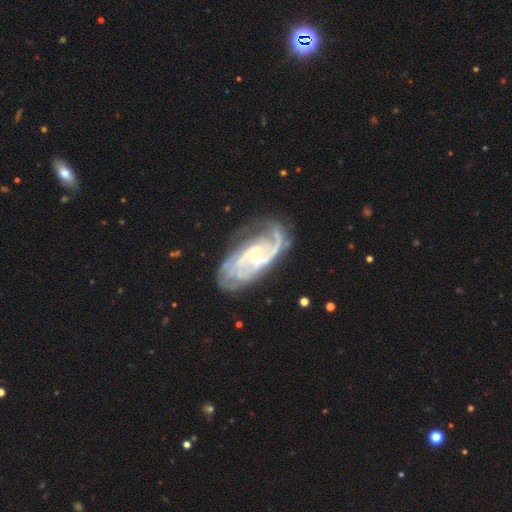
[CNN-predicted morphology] This appears to be a featured or disk galaxy (89%) with no bar (59%), 2 (39%) tight (50%) spiral arms (97%) and a small central bulge (70%). Merging: none (67%).